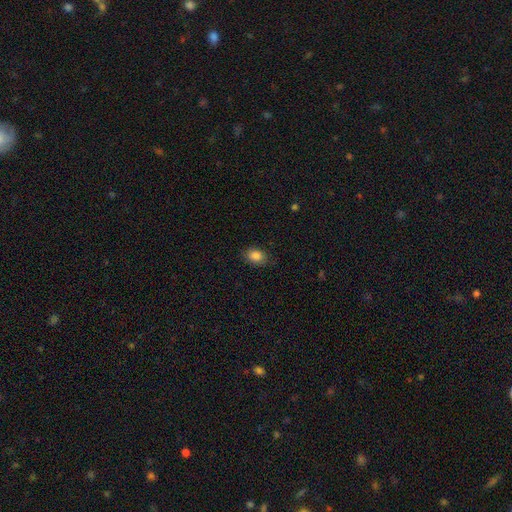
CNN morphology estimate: Q: Smooth or featured?
A: smooth (86%); runner-up: star or artifact (9%)
Q: How rounded?
A: in between (75%); runner-up: round (24%)
Q: Merging?
A: none (83%); runner-up: minor disturbance (13%)